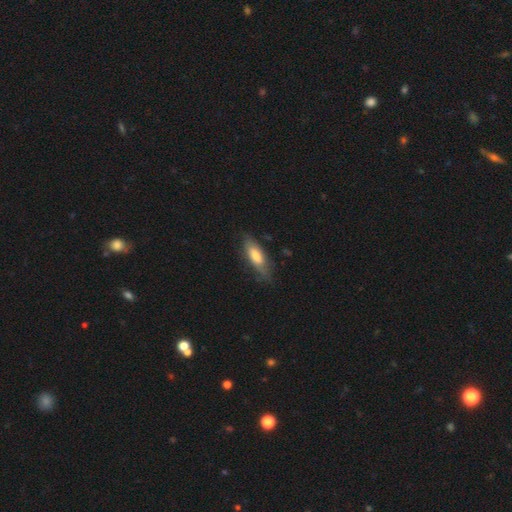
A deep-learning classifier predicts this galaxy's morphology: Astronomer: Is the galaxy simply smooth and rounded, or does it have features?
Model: smooth — 66%.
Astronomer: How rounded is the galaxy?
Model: in between — 62%.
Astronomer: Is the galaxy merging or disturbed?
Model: none — 71%.